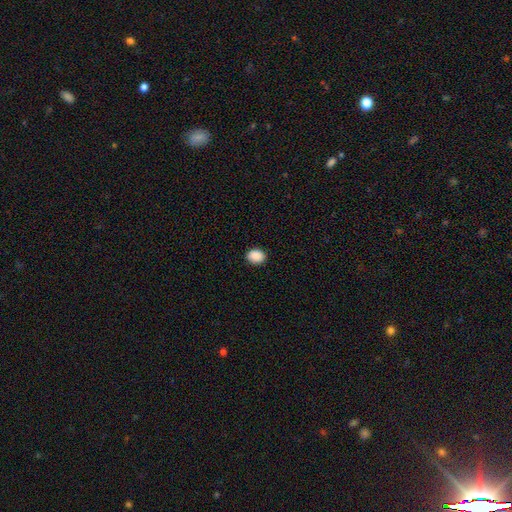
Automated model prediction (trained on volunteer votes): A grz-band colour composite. It shows a smooth galaxy with no disk features (90%) that is in between round and cigar-shaped (56%). Merging: none (90%).